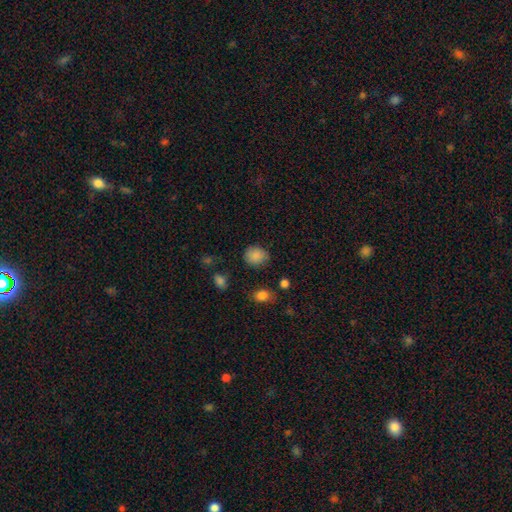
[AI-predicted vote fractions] smooth-or-featured: smooth: 86% | star or artifact: 10% | featured or disk: 4%
  how-rounded: round: 72% | in between: 27% | cigar-shaped: 1%
  merging: none: 77% | minor disturbance: 17% | major disturbance: 4% | merger: 2%